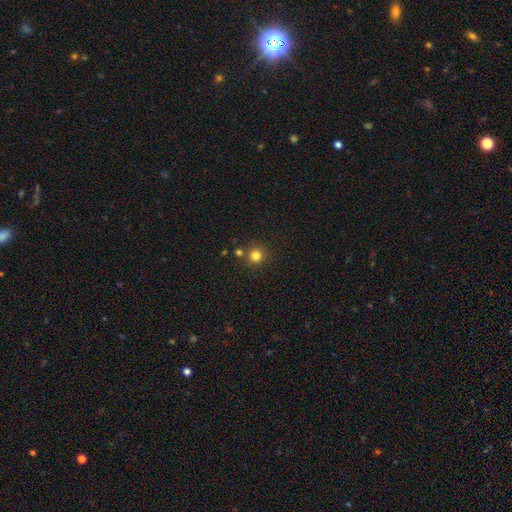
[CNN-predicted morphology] Smooth or featured? Predicted: smooth (p=0.81). How rounded? Predicted: round (p=0.94). Merging? Predicted: none (p=0.80).